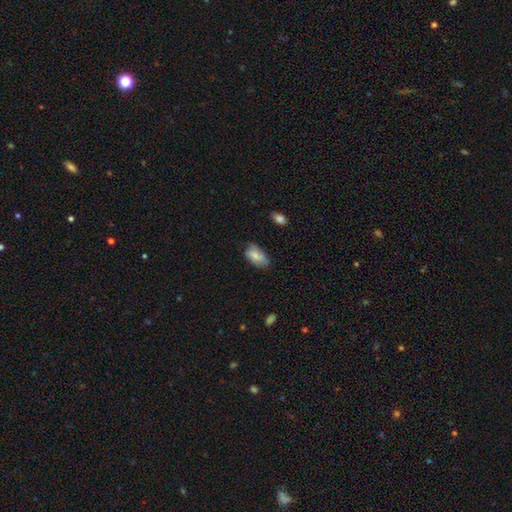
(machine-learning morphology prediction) This is likely a smooth galaxy (77%). How rounded: clearly in between (93%). Merging: possibly none (58%).